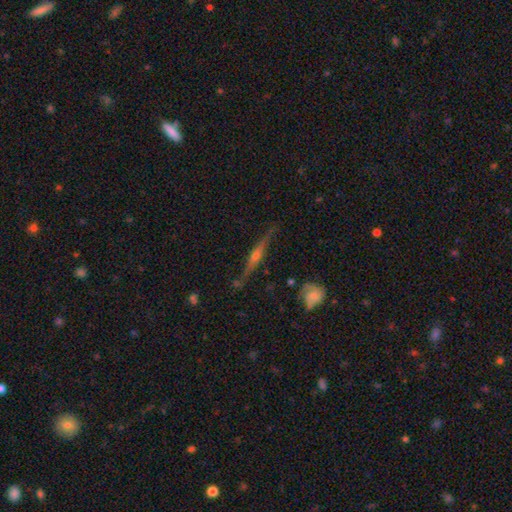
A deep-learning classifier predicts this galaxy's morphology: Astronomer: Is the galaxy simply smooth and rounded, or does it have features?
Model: featured or disk — 78%.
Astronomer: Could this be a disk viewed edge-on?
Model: yes — 96%.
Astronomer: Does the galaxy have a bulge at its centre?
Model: rounded — 81%.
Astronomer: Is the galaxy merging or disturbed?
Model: none — 81%.